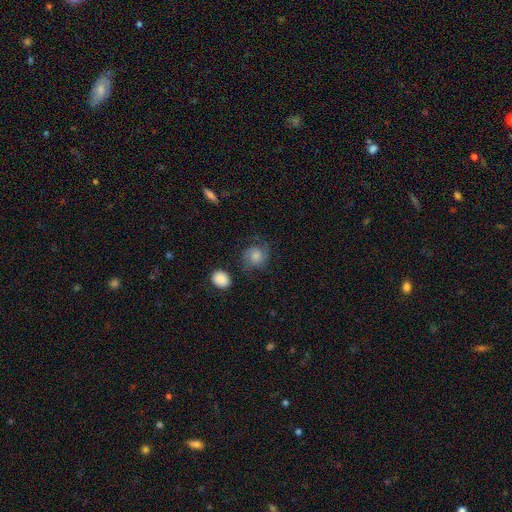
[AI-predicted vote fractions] A featured or disk galaxy (53%) with no bar (71%), spiral arms (91%) and a moderate central bulge (48%).

Vote fractions:
- Smooth or featured? featured or disk: 53% / smooth: 35% / star or artifact: 12%
- Edge-on disk? no: 97% / yes: 3%
- Bar? no: 71% / weak: 25% / strong: 4%
- Spiral arms? yes: 91% / no: 9%
- Bulge size? moderate: 48% / small: 22% / large: 19% / none: 8% / dominant: 3%
- Merging? none: 71% / minor disturbance: 17% / major disturbance: 9% / merger: 3%